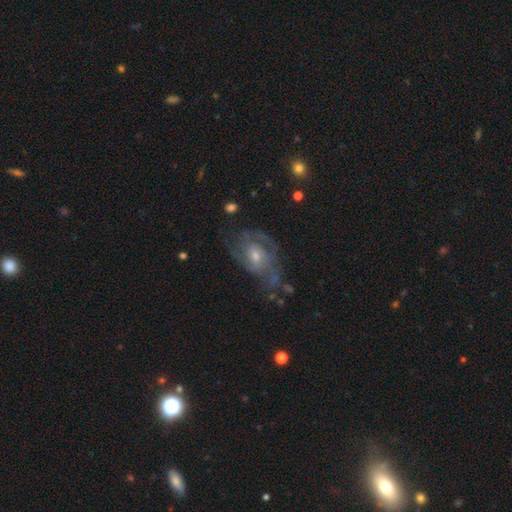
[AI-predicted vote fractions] Smooth or featured? featured or disk (77%)
Edge-on disk? no (96%)
Bar? no (65%)
Spiral arms? yes (86%)
Spiral winding? tight (46%)
Spiral arm count? can't tell (38%)
Bulge size? moderate (50%)
Merging? none (57%)